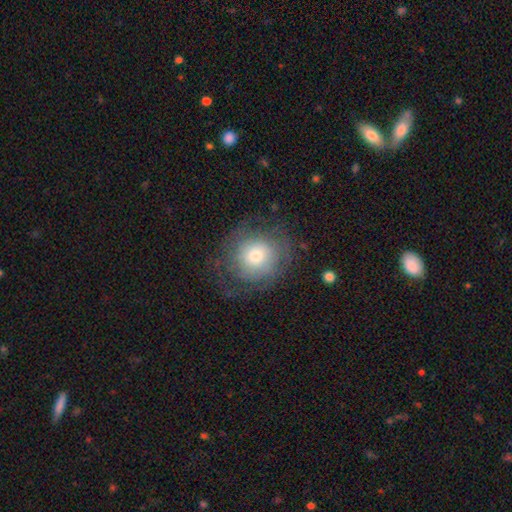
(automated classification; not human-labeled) Smooth or featured? Predicted: smooth (p=0.49). Merging? Predicted: none (p=0.67).